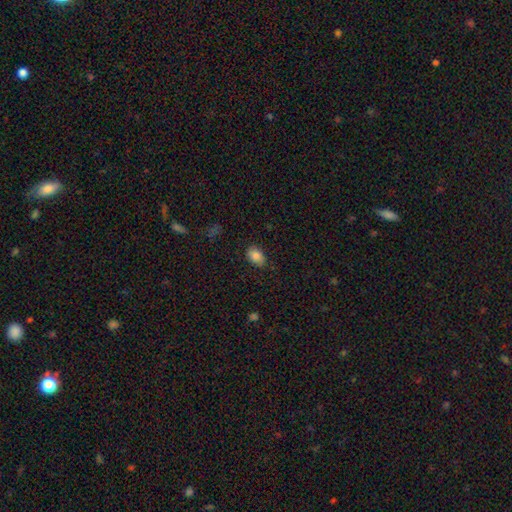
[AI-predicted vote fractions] smooth-or-featured: smooth: 84% | star or artifact: 9% | featured or disk: 8%
  how-rounded: in between: 85% | round: 13% | cigar-shaped: 1%
  merging: none: 83% | minor disturbance: 13% | major disturbance: 2% | merger: 1%